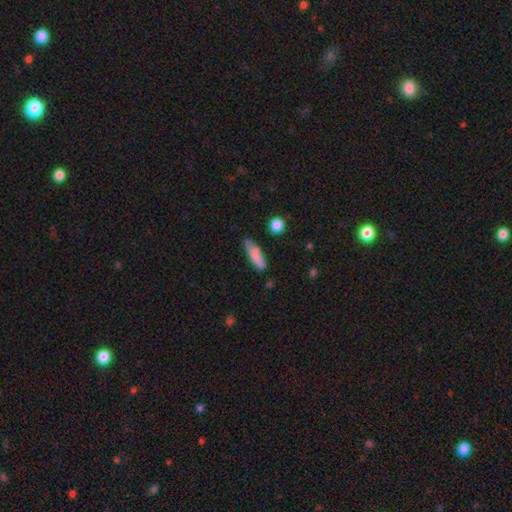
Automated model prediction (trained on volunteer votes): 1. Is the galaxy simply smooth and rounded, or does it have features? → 80% smooth, 13% featured or disk, 7% star or artifact.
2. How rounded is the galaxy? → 61% cigar-shaped, 36% in between, 2% round.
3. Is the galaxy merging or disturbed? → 65% none, 25% minor disturbance, 6% major disturbance, 4% merger.